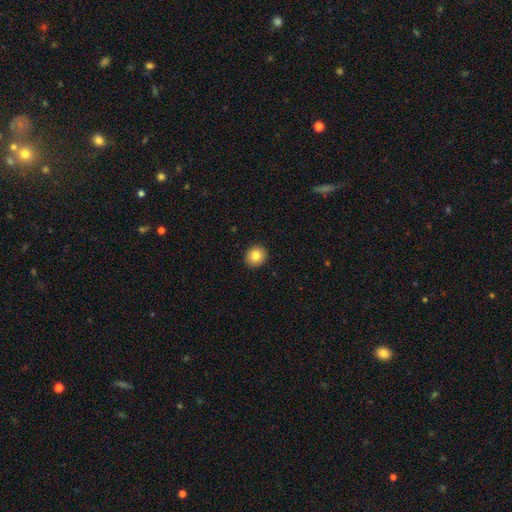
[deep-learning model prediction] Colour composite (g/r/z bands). It shows a smooth galaxy with no disk features (82%) that is round (80%). Merging: none (92%).